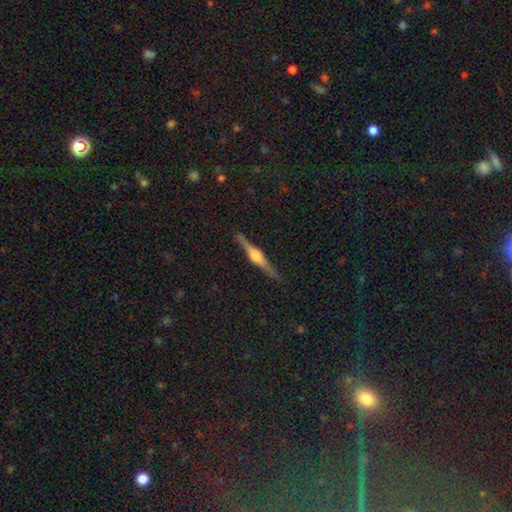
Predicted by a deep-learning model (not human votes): This appears to be a featured or disk galaxy (82%) viewed edge-on (98%) with a rounded central bulge (85%). Merging: none (91%).